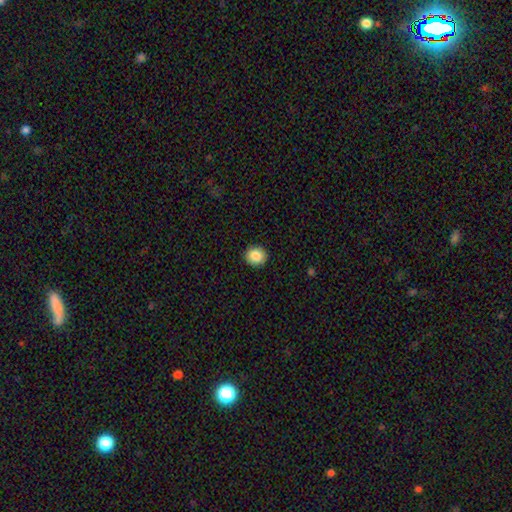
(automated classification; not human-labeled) Overall: smooth (87%). How rounded: round (87%). Merging: none (92%).